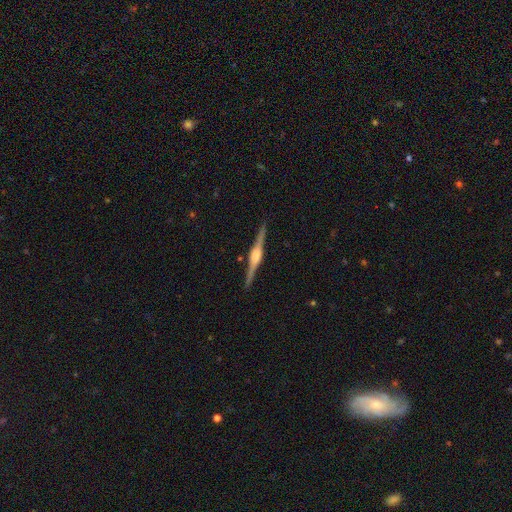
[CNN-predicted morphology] Smooth or featured?
  - featured or disk: 86% *
  - smooth: 9%
  - star or artifact: 5%
Edge-on disk?
  - yes: 98% *
  - no: 2%
Edge-on bulge?
  - rounded: 73% *
  - boxy: 24%
  - none: 3%
Merging?
  - none: 91% *
  - minor disturbance: 7%
  - major disturbance: 1%
  - merger: 1%